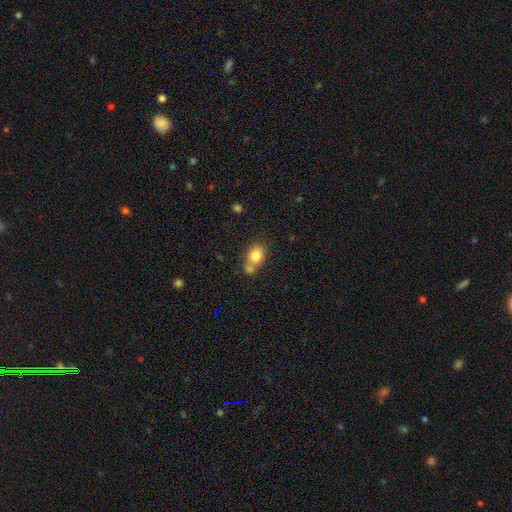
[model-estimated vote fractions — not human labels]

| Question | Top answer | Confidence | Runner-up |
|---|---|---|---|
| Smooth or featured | smooth | 80% | featured or disk (10%) |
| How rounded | in between | 51% | round (48%) |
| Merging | none | 44% | merger (40%) |